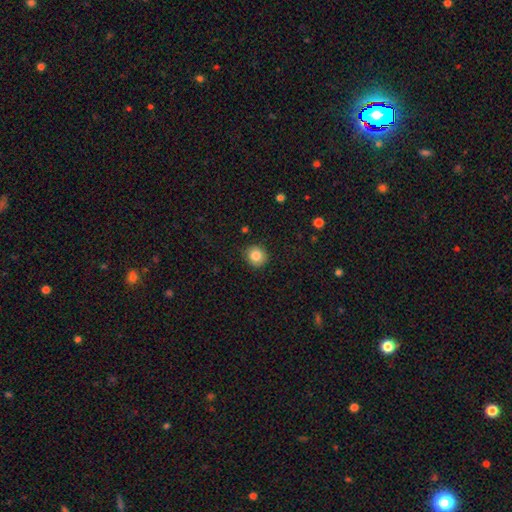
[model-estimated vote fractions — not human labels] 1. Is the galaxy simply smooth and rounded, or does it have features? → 85% smooth, 9% star or artifact, 6% featured or disk.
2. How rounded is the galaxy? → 88% round, 11% in between, 1% cigar-shaped.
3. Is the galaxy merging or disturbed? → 87% none, 10% minor disturbance, 2% major disturbance, 1% merger.